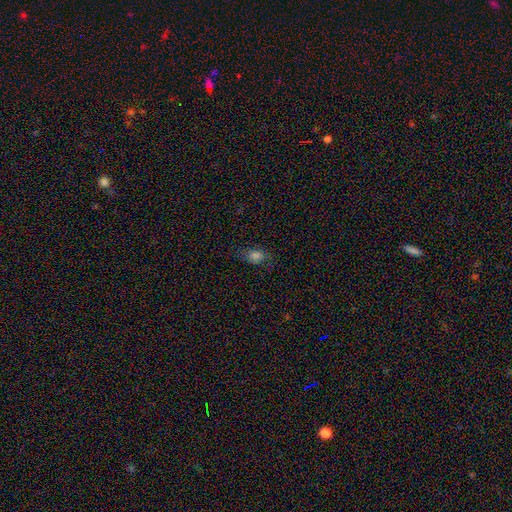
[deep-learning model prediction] Smooth or featured? Predicted: smooth (p=0.70). How rounded? Predicted: in between (p=0.78). Merging? Predicted: none (p=0.70).